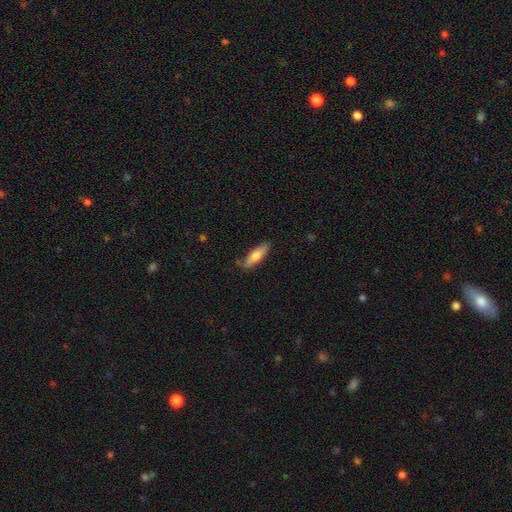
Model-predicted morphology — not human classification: Smooth or featured: smooth — 72% (featured or disk — 22%)
How rounded: cigar-shaped — 61% (in between — 38%)
Merging: none — 75% (minor disturbance — 20%)